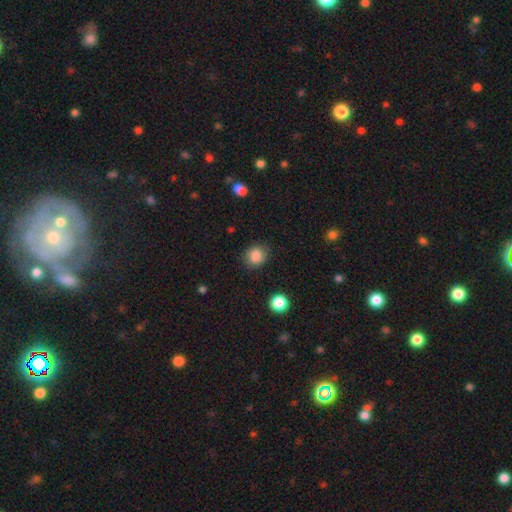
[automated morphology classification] smooth-or-featured: smooth: 85% | star or artifact: 9% | featured or disk: 6%
  how-rounded: round: 66% | in between: 33% | cigar-shaped: 1%
  merging: none: 77% | minor disturbance: 17% | major disturbance: 5% | merger: 1%